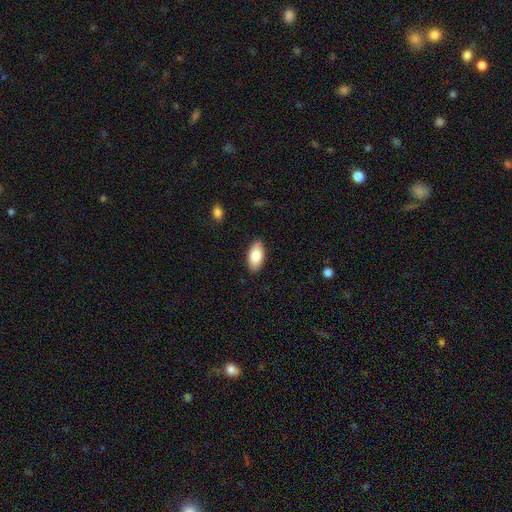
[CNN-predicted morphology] smooth-or-featured: smooth: 83% | featured or disk: 11% | star or artifact: 6%
  how-rounded: in between: 94% | cigar-shaped: 4% | round: 3%
  merging: none: 87% | minor disturbance: 10% | major disturbance: 2% | merger: 1%